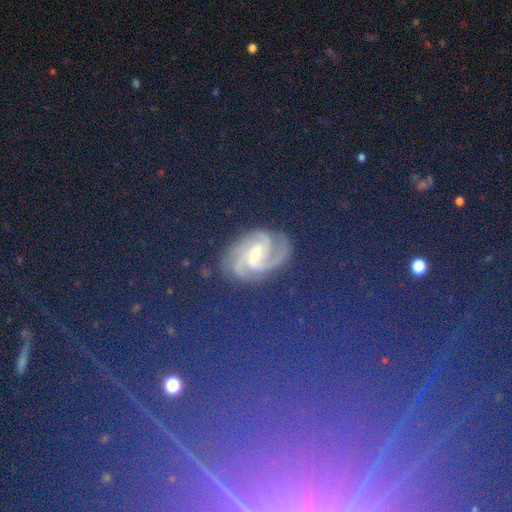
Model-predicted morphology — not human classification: This appears to be a featured or disk galaxy (69%) with a weak bar (51%), 3 (28%) medium (44%) spiral arms (96%) and a moderate central bulge (52%). Merging: none (71%).